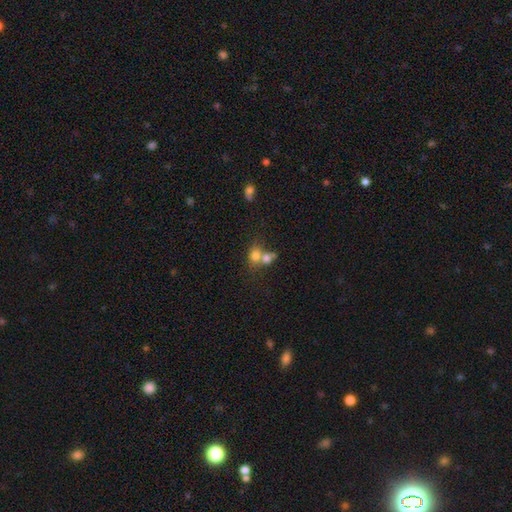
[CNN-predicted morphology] The model was most divided on "how rounded": round: 51%, in between: 47%, cigar-shaped: 2%. More confident: smooth or featured — smooth (73%); merging — merger (57%).